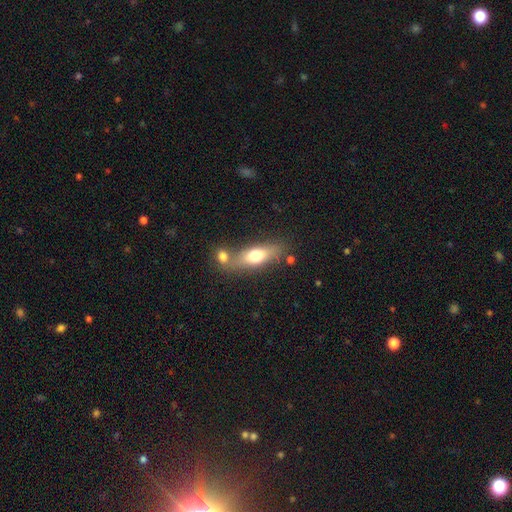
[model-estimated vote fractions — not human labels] Smooth or featured?
  - smooth: 63% *
  - featured or disk: 30%
  - star or artifact: 7%
How rounded?
  - in between: 58% *
  - cigar-shaped: 37%
  - round: 5%
Merging?
  - none: 54% *
  - merger: 28%
  - minor disturbance: 13%
  - major disturbance: 5%